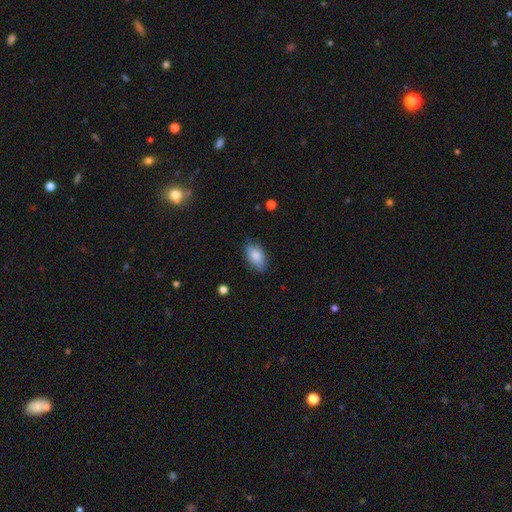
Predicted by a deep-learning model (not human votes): Overall: smooth (84%). How rounded: in between (91%). Merging: none (77%).